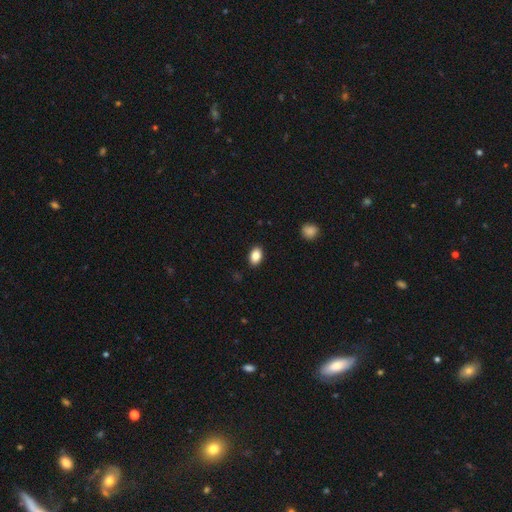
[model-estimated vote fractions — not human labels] The model was most divided on "how rounded": in between: 87%, round: 12%, cigar-shaped: 1%. More confident: merging — none (89%); smooth or featured — smooth (86%).